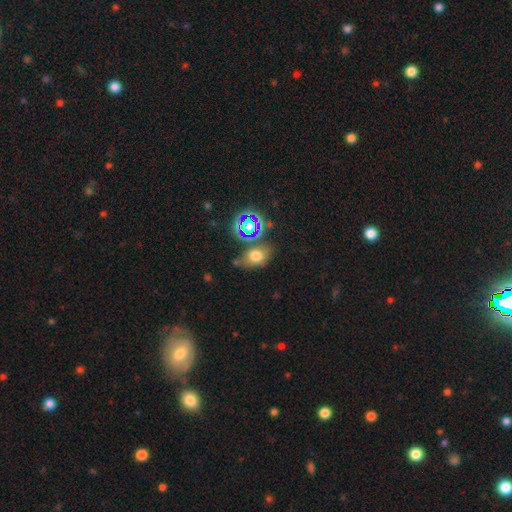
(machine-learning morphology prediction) smooth_or_featured: smooth (p=0.60) [alt: star or artifact p=0.24]
how_rounded: in between (p=0.73) [alt: round p=0.24]
merging: none (p=0.57) [alt: minor disturbance p=0.20]